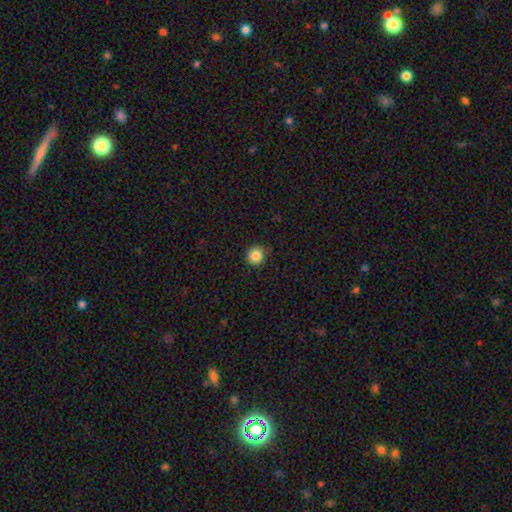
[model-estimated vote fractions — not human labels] smooth_or_featured: smooth (p=0.86) [alt: star or artifact p=0.10]
how_rounded: round (p=0.92) [alt: in between p=0.07]
merging: none (p=0.90) [alt: minor disturbance p=0.07]